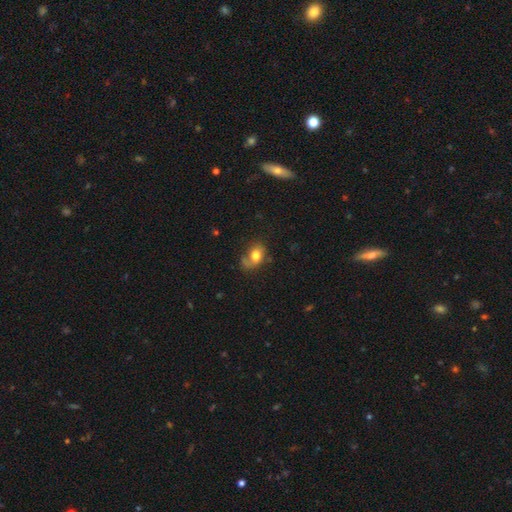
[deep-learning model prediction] Smooth or featured? Predicted: smooth (p=0.65). How rounded? Predicted: in between (p=0.68). Merging? Predicted: none (p=0.47).